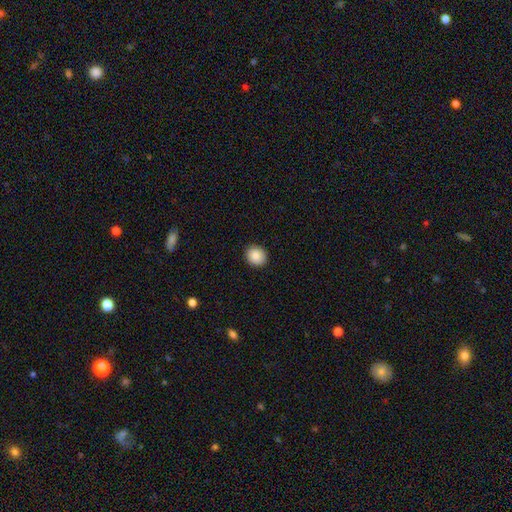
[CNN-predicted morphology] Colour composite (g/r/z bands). It shows a smooth galaxy with no disk features (87%) that is round (76%). Merging: none (91%).